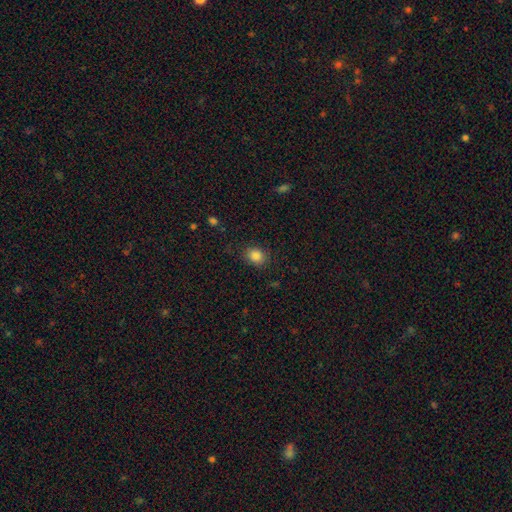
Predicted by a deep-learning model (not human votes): Smooth or featured: smooth — 85% (star or artifact — 10%)
How rounded: round — 56% (in between — 43%)
Merging: none — 84% (minor disturbance — 12%)